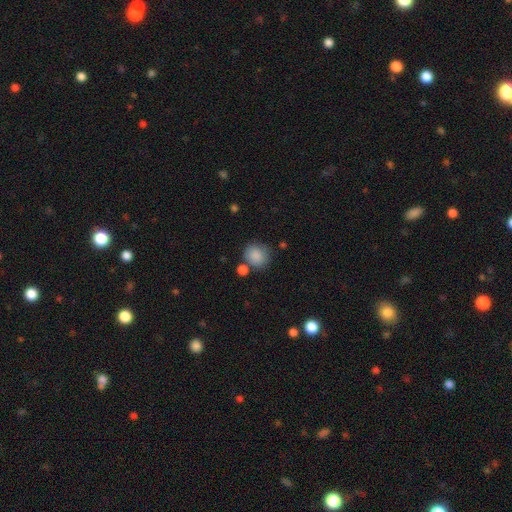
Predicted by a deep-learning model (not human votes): This appears to be a smooth galaxy with no disk features (86%) that is round (80%). Merging: none (68%).